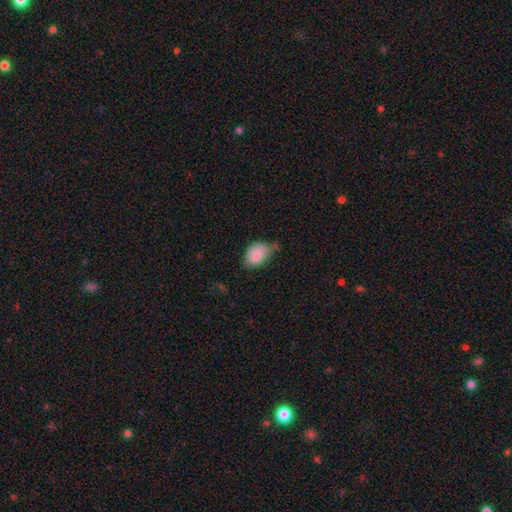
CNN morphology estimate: A smooth galaxy with no disk features (84%) that is in between round and cigar-shaped (77%).

Vote fractions:
- Smooth or featured? smooth: 84% / featured or disk: 8% / star or artifact: 8%
- How rounded? in between: 77% / round: 21% / cigar-shaped: 1%
- Merging? none: 47% / minor disturbance: 39% / major disturbance: 9% / merger: 5%